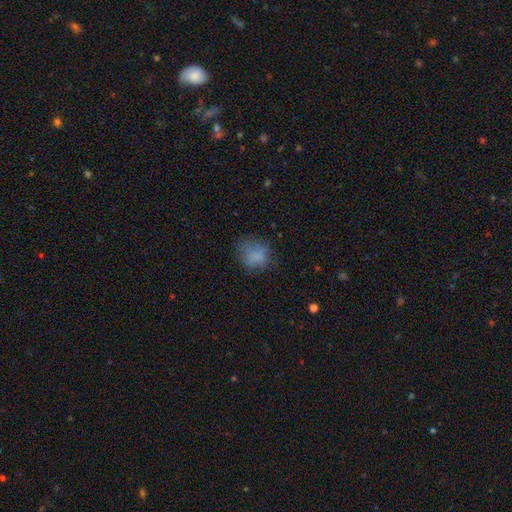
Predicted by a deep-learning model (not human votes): A smooth galaxy with no disk features (72%) that is round (69%).

Vote fractions:
- Smooth or featured? smooth: 72% / featured or disk: 14% / star or artifact: 13%
- How rounded? round: 69% / in between: 30% / cigar-shaped: 1%
- Merging? none: 63% / minor disturbance: 22% / major disturbance: 13% / merger: 2%